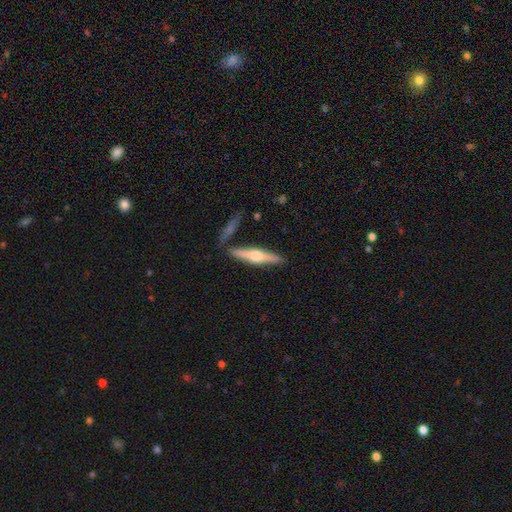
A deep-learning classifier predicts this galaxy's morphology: Smooth or featured? featured or disk (66%)
Edge-on disk? yes (97%)
Edge-on bulge? rounded (92%)
Merging? none (82%)